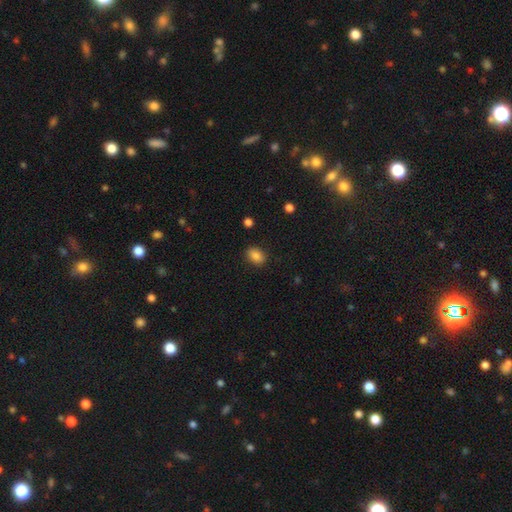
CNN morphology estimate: Smooth or featured? Predicted: smooth (p=0.85). How rounded? Predicted: in between (p=0.74). Merging? Predicted: none (p=0.86).